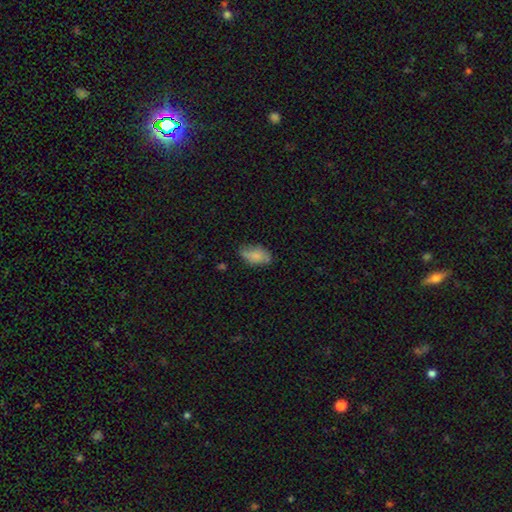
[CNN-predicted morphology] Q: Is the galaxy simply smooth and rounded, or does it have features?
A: smooth — 77%.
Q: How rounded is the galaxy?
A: in between — 92%.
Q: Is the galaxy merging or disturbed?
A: none — 62%.